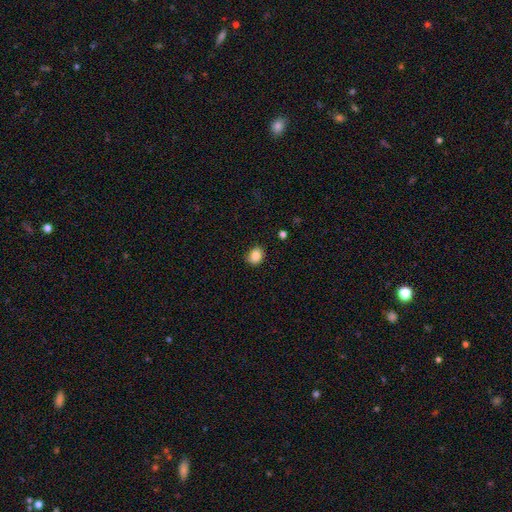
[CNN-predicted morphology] smooth_or_featured: smooth (p=0.85) [alt: star or artifact p=0.09]
how_rounded: round (p=0.58) [alt: in between p=0.41]
merging: none (p=0.83) [alt: minor disturbance p=0.13]